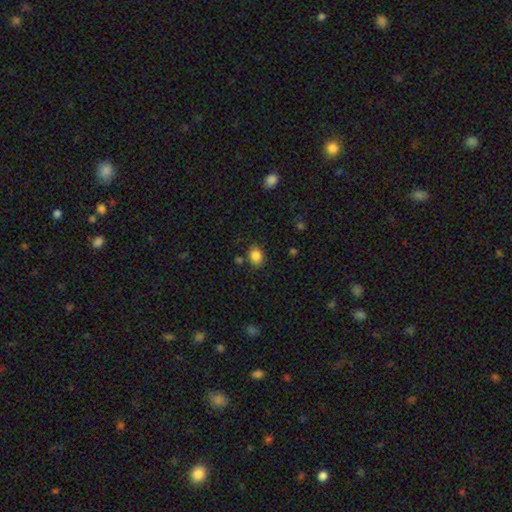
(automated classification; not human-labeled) smooth 86%, star or artifact 10%, featured or disk 4%. Down the decision tree: how rounded — in between (50%); merging — none (80%).